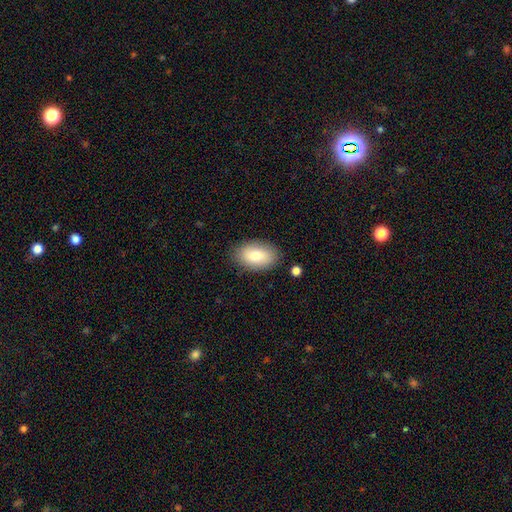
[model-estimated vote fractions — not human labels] smooth-or-featured: smooth: 78% | featured or disk: 15% | star or artifact: 7%
  how-rounded: in between: 91% | round: 8% | cigar-shaped: 2%
  merging: none: 85% | minor disturbance: 11% | major disturbance: 3% | merger: 2%